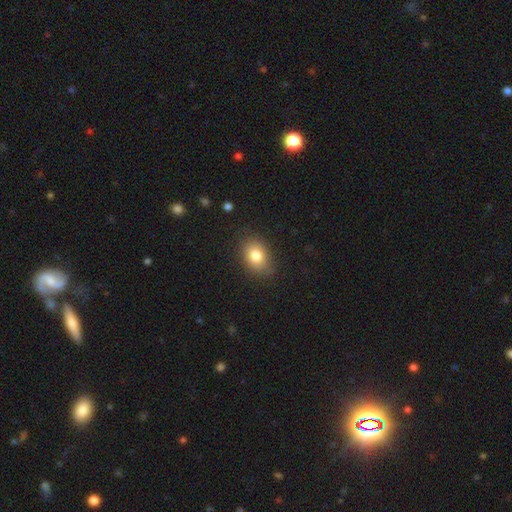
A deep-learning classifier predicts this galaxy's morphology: smooth 81%, star or artifact 10%, featured or disk 9%. Down the decision tree: how rounded — in between (69%); merging — none (84%).